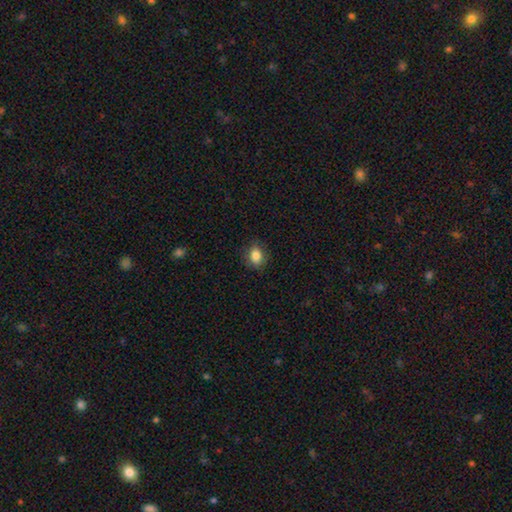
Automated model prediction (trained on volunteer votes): smooth_or_featured: smooth (p=0.85) [alt: star or artifact p=0.09]
how_rounded: in between (p=0.64) [alt: round p=0.35]
merging: none (p=0.84) [alt: minor disturbance p=0.12]